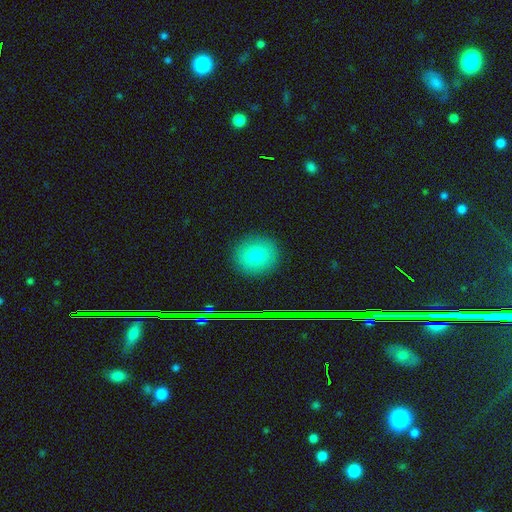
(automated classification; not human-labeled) smooth_or_featured: smooth (p=0.76) [alt: star or artifact p=0.15]
how_rounded: round (p=0.86) [alt: in between p=0.13]
merging: none (p=0.90) [alt: minor disturbance p=0.06]